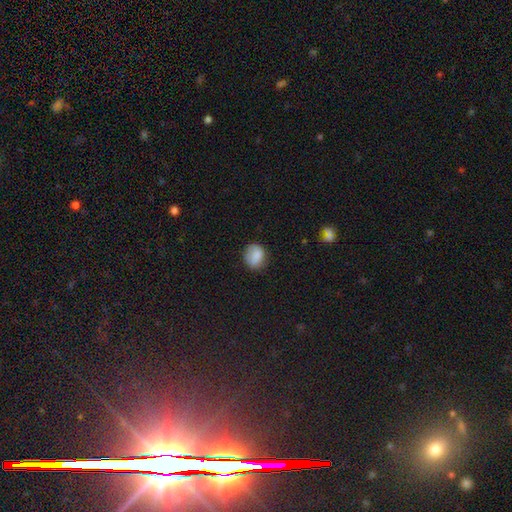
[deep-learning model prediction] Morphology: type=smooth (81%); roundness=round (63%); merging=none (73%).